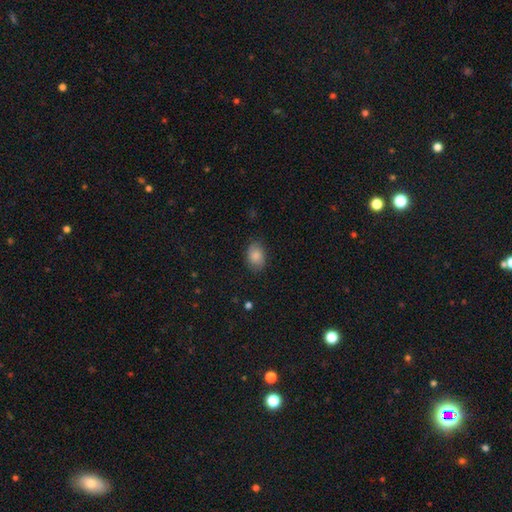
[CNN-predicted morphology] Smooth or featured?
  - smooth: 80% *
  - featured or disk: 12%
  - star or artifact: 8%
How rounded?
  - in between: 76% *
  - round: 23%
  - cigar-shaped: 1%
Merging?
  - none: 78% *
  - minor disturbance: 17%
  - major disturbance: 4%
  - merger: 1%